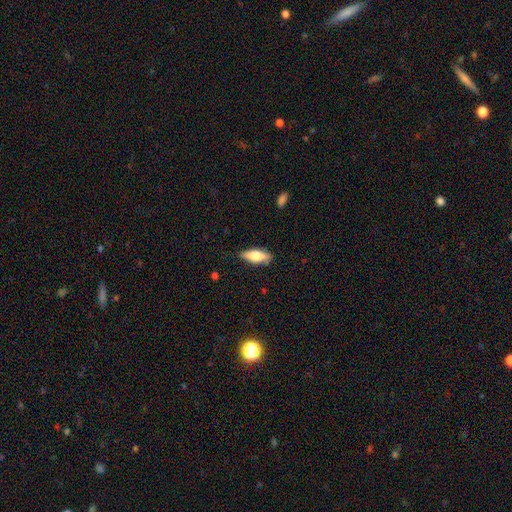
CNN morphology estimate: Smooth or featured?
  - smooth: 64% *
  - featured or disk: 30%
  - star or artifact: 6%
How rounded?
  - in between: 66% *
  - cigar-shaped: 32%
  - round: 3%
Merging?
  - none: 83% *
  - minor disturbance: 13%
  - major disturbance: 3%
  - merger: 1%